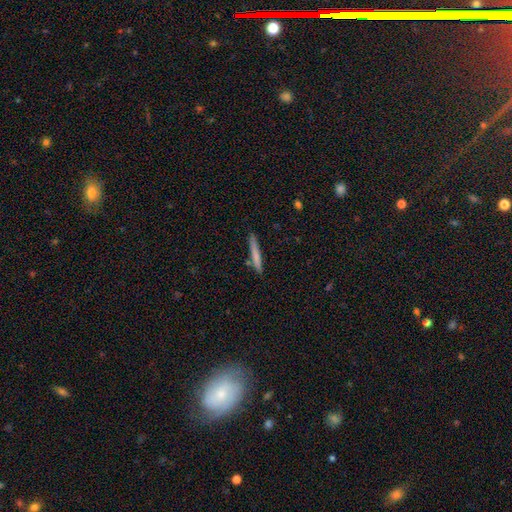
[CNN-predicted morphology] This is likely a smooth galaxy (74%). How rounded: clearly cigar-shaped (95%). Merging: clearly none (86%).